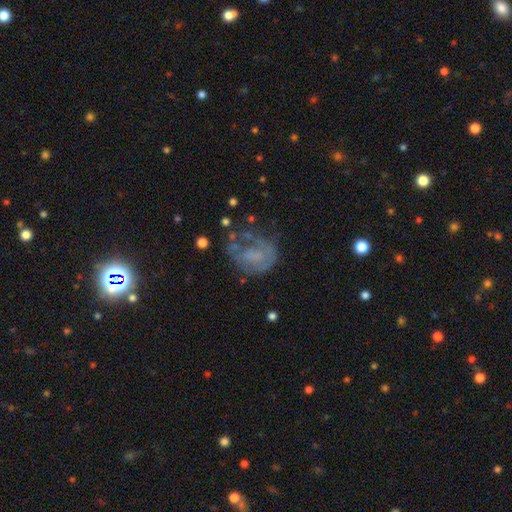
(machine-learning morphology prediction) type=featured or disk (54%); edge-on=no (97%); bar=no (78%); spiral arms=no (57%); bulge=none (53%); merging=major disturbance (38%).